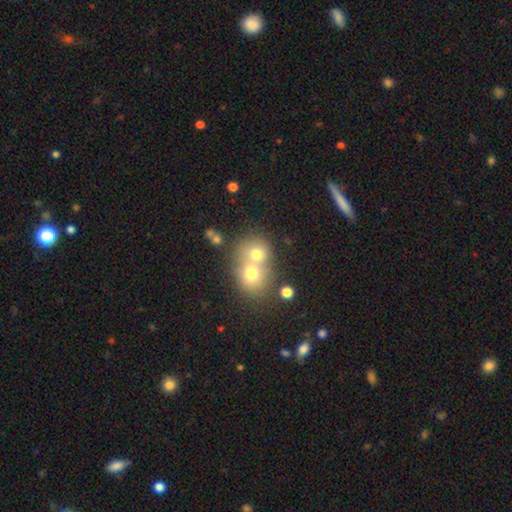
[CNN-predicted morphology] Smooth or featured? Predicted: smooth (p=0.64). How rounded? Predicted: round (p=0.70). Merging? Predicted: merger (p=0.66).